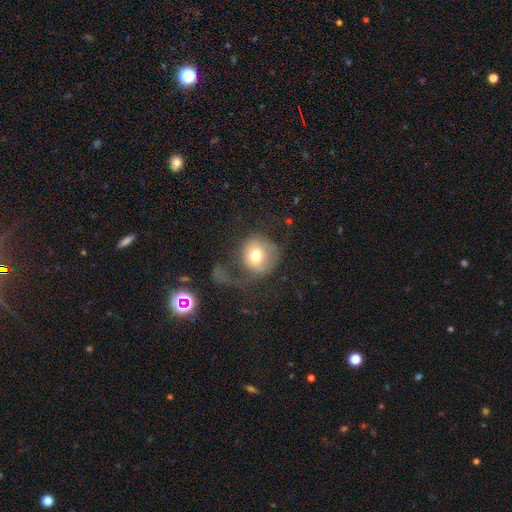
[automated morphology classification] smooth-or-featured: smooth: 70% | featured or disk: 20% | star or artifact: 10%
  how-rounded: round: 87% | in between: 12% | cigar-shaped: 1%
  merging: major disturbance: 44% | none: 32% | minor disturbance: 20% | merger: 3%